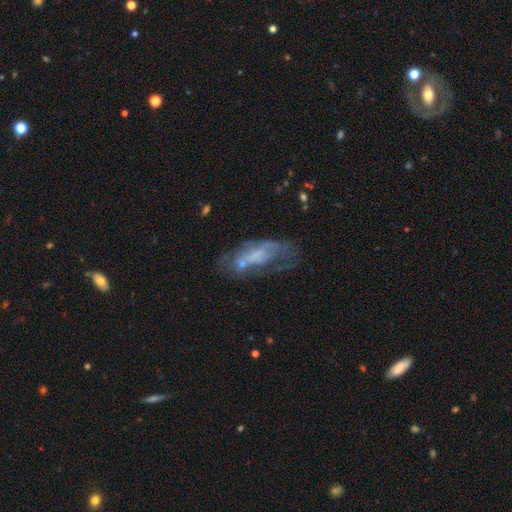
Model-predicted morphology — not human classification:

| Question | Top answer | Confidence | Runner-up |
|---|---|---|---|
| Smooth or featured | featured or disk | 53% | smooth (35%) |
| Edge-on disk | no | 88% | yes (12%) |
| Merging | none | 38% | major disturbance (28%) |